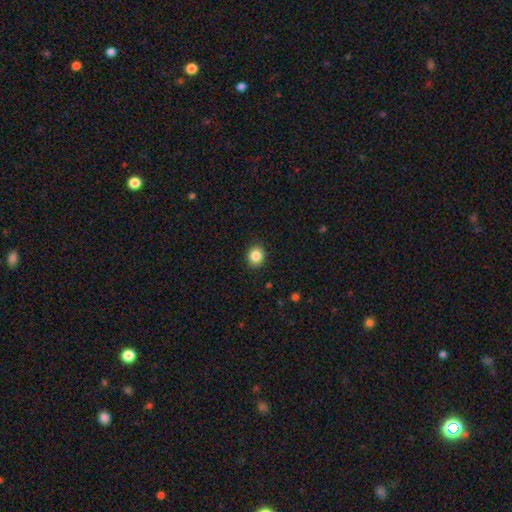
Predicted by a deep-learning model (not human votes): smooth_or_featured: smooth (p=0.86) [alt: star or artifact p=0.10]
how_rounded: round (p=0.73) [alt: in between p=0.26]
merging: none (p=0.90) [alt: minor disturbance p=0.07]